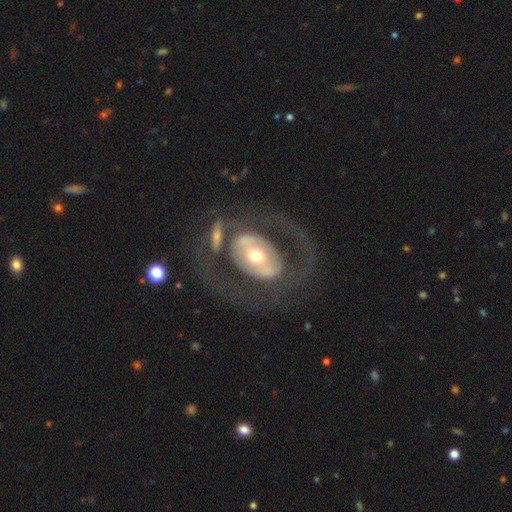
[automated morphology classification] A featured or disk galaxy (71%) with no bar (49%), no spiral arms (52%) and a moderate central bulge (67%). Merging: none (54%).